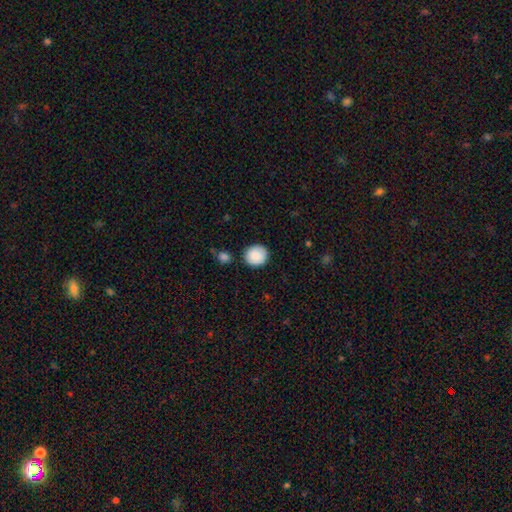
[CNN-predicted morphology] smooth 89%, star or artifact 7%, featured or disk 4%. Down the decision tree: how rounded — round (88%); merging — none (85%).